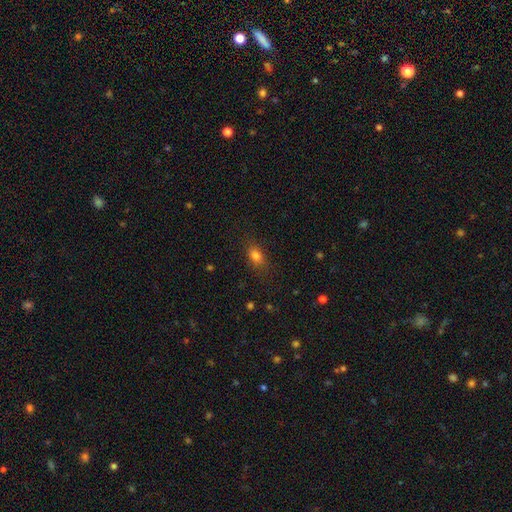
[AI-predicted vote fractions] Smooth or featured? Predicted: smooth (p=0.80). How rounded? Predicted: in between (p=0.77). Merging? Predicted: none (p=0.81).